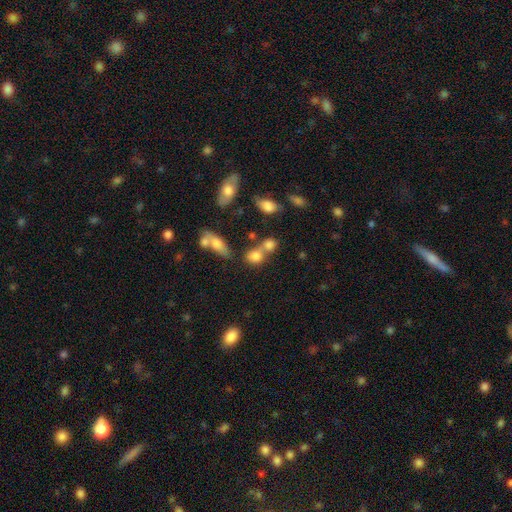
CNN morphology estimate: smooth-or-featured: smooth: 75% | star or artifact: 12% | featured or disk: 12%
  how-rounded: round: 51% | in between: 45% | cigar-shaped: 4%
  merging: merger: 49% | none: 34% | minor disturbance: 11% | major disturbance: 6%